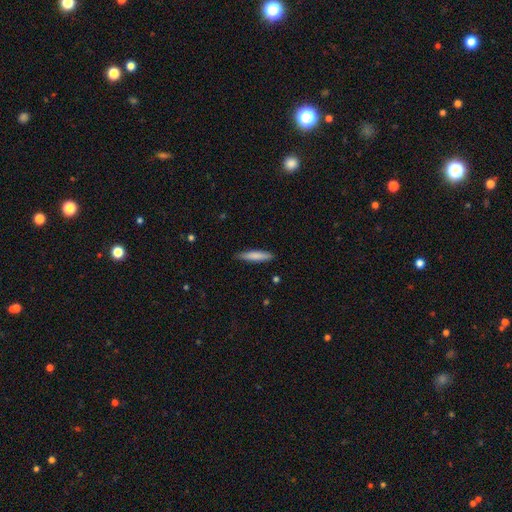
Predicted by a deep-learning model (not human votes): smooth_or_featured: smooth (p=0.80) [alt: featured or disk p=0.15]
how_rounded: cigar-shaped (p=0.87) [alt: in between p=0.12]
merging: none (p=0.86) [alt: minor disturbance p=0.11]